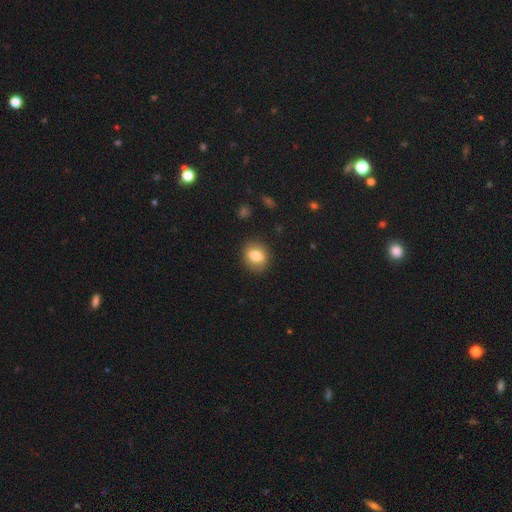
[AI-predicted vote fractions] Morphology: type=smooth (78%); roundness=in between (53%); merging=none (87%).